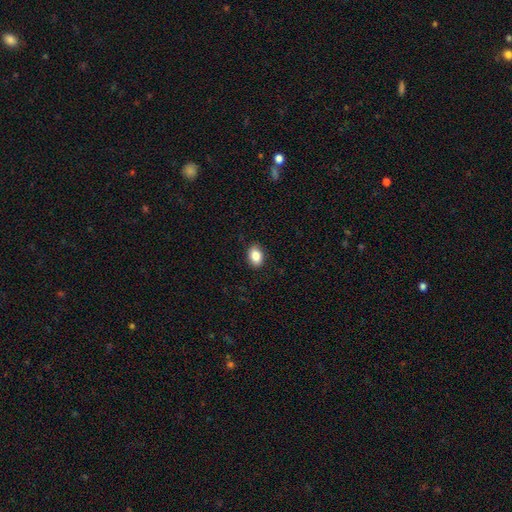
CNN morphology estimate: A smooth galaxy with no disk features (86%) that is in between round and cigar-shaped (81%). Merging: none (89%).